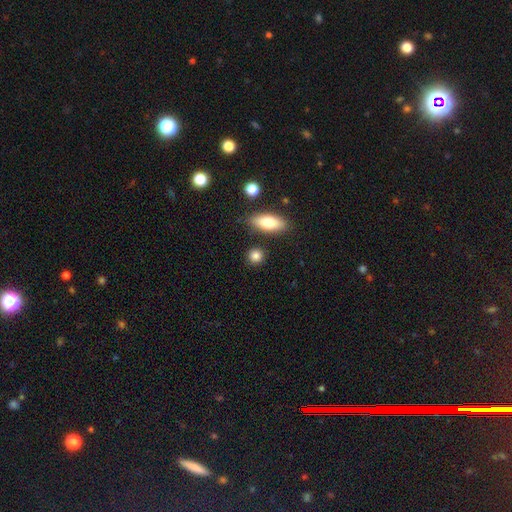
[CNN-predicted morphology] A smooth galaxy with no disk features (83%) that is round (74%).

Vote fractions:
- Smooth or featured? smooth: 83% / star or artifact: 9% / featured or disk: 8%
- How rounded? round: 74% / in between: 21% / cigar-shaped: 4%
- Merging? none: 84% / minor disturbance: 8% / merger: 5% / major disturbance: 3%